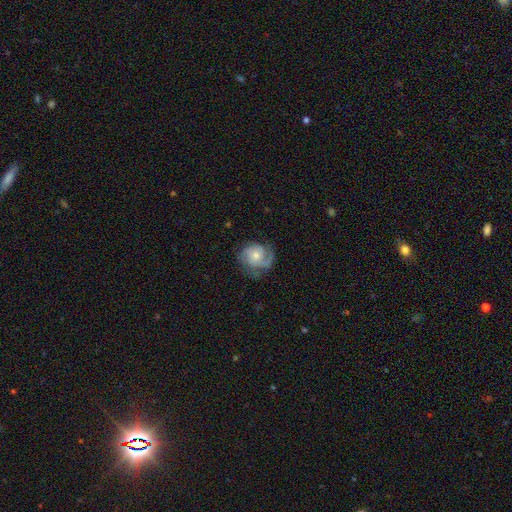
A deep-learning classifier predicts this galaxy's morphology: A featured or disk galaxy (56%) with no bar (78%), spiral arms (84%) and a moderate central bulge (52%).

Vote fractions:
- Smooth or featured? featured or disk: 56% / smooth: 36% / star or artifact: 7%
- Edge-on disk? no: 97% / yes: 3%
- Bar? no: 78% / weak: 19% / strong: 3%
- Spiral arms? yes: 84% / no: 16%
- Bulge size? moderate: 52% / small: 39% / large: 5% / none: 3% / dominant: 1%
- Merging? none: 60% / minor disturbance: 24% / major disturbance: 14% / merger: 1%